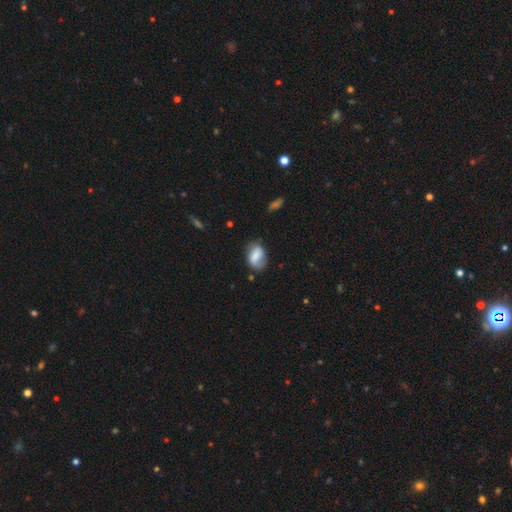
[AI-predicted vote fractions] Morphology: type=smooth (71%); roundness=in between (84%); merging=none (61%).